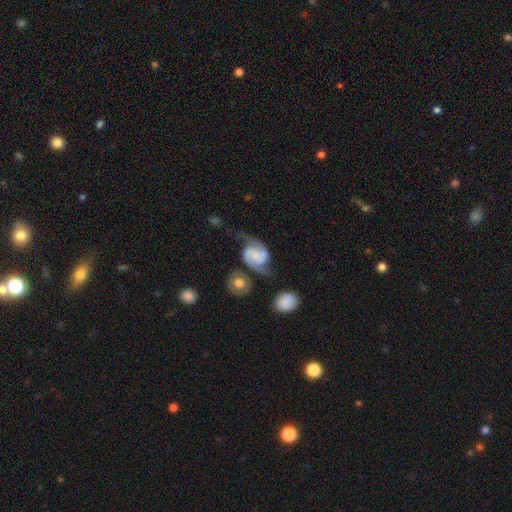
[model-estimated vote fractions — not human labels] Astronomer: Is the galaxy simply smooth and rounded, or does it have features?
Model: featured or disk — 82%.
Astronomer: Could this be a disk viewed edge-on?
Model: no — 98%.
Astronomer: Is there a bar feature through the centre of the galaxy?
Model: no — 52% (runner-up: weak, 36%).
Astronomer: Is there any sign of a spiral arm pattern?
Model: yes — 96%.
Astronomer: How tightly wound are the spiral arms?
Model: medium — 45% (runner-up: loose, 40%).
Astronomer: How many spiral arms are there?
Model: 2 — 92%.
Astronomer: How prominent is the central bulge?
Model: none — 47% (runner-up: small, 29%).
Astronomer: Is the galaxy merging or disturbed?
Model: none — 51%.